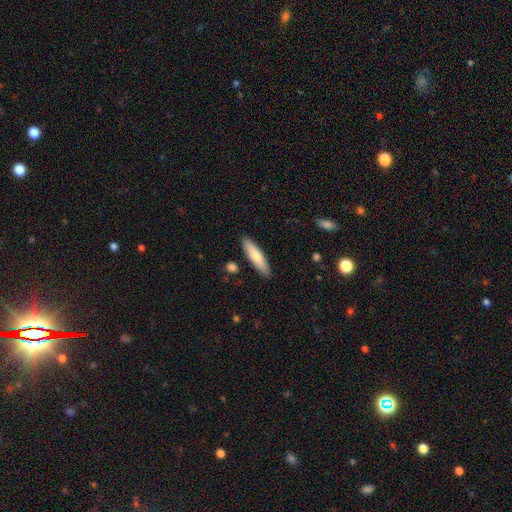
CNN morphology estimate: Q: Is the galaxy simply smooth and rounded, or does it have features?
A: smooth — 71%.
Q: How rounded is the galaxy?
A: cigar-shaped — 68%.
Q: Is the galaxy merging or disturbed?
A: none — 88%.